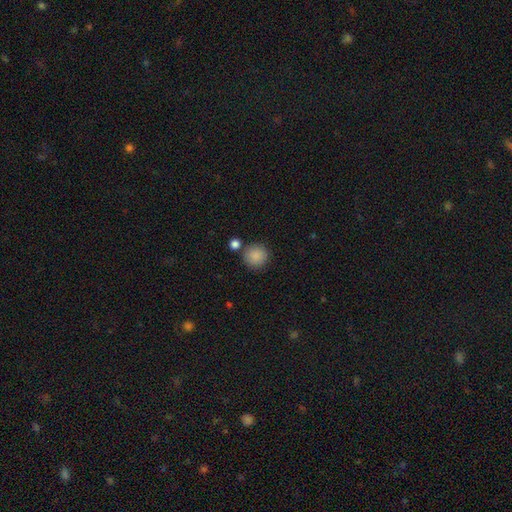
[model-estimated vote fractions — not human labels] Smooth or featured: smooth — 88% (star or artifact — 8%)
How rounded: round — 93% (in between — 6%)
Merging: none — 80% (merger — 9%)